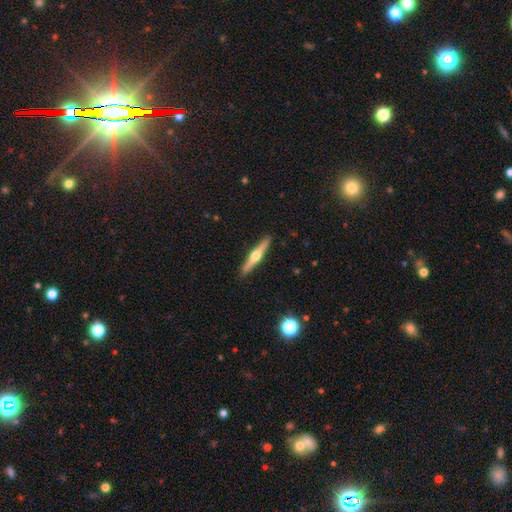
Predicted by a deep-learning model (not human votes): smooth-or-featured: featured or disk: 67% | smooth: 28% | star or artifact: 5%
  disk-edge-on: yes: 97% | no: 3%
    edge-on-bulge: rounded: 95% | none: 3% | boxy: 2%
  merging: none: 91% | minor disturbance: 6% | major disturbance: 1% | merger: 1%